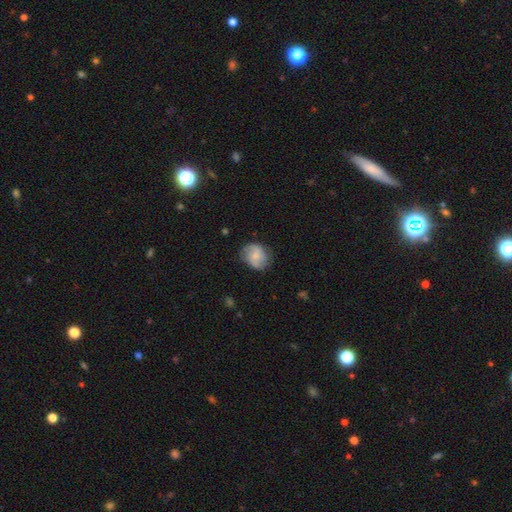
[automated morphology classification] This appears to be a featured or disk galaxy (51%). Merging: none (75%).